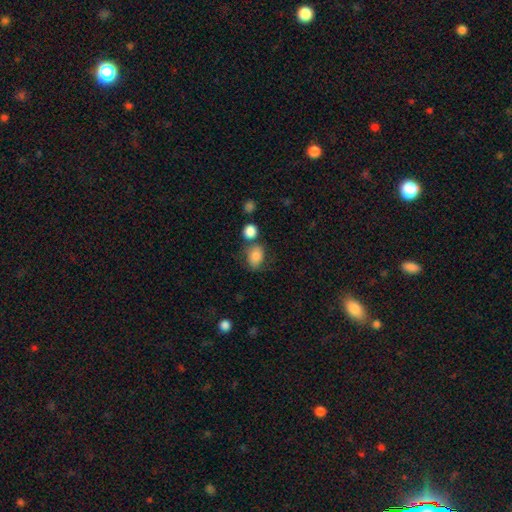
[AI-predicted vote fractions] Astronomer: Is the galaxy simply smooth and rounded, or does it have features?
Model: smooth — 82%.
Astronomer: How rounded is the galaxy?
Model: in between — 66%.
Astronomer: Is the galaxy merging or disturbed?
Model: none — 56%.